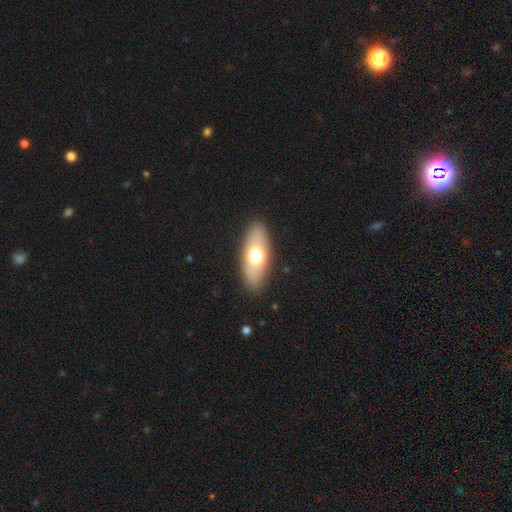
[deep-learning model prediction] smooth 65%, featured or disk 28%, star or artifact 6%. Down the decision tree: how rounded — in between (75%); merging — none (88%).